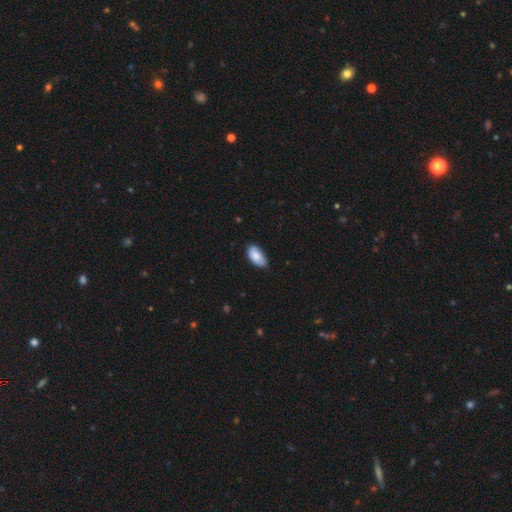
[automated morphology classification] A smooth galaxy with no disk features (85%) that is in between round and cigar-shaped (94%).

Vote fractions:
- Smooth or featured? smooth: 85% / featured or disk: 8% / star or artifact: 6%
- How rounded? in between: 94% / cigar-shaped: 3% / round: 2%
- Merging? none: 70% / minor disturbance: 25% / major disturbance: 3% / merger: 1%